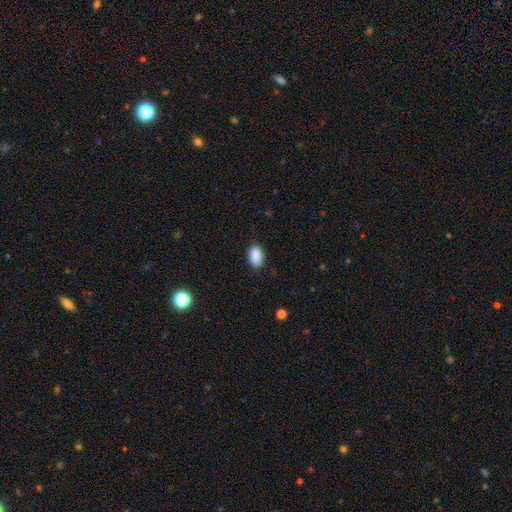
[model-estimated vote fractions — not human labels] A smooth galaxy with no disk features (90%) that is in between round and cigar-shaped (93%). Merging: none (87%).